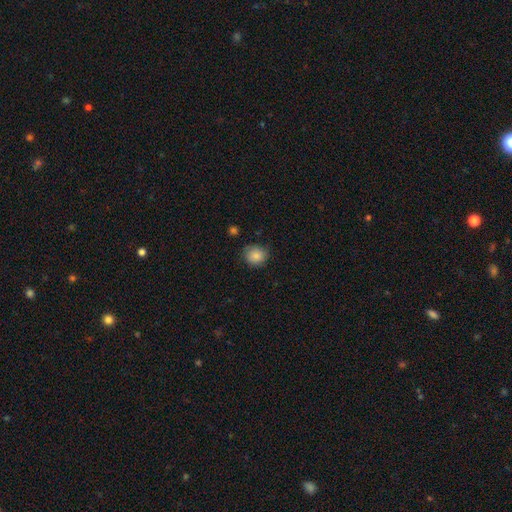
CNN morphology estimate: Overall: smooth (85%). How rounded: round (81%). Merging: none (77%).